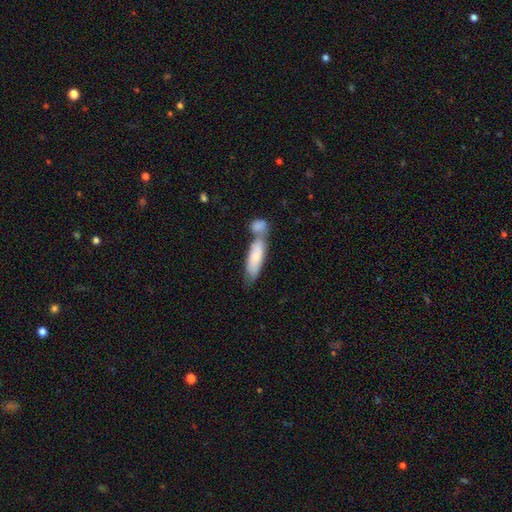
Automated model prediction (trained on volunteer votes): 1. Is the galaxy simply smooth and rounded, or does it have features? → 72% smooth, 22% featured or disk, 6% star or artifact.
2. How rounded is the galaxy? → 50% in between, 48% cigar-shaped, 2% round.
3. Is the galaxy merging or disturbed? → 51% merger, 32% none, 12% minor disturbance, 4% major disturbance.